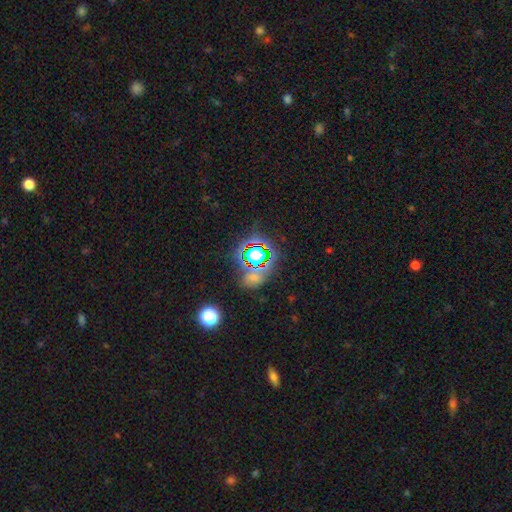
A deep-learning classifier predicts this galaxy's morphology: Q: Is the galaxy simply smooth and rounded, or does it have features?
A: star or artifact — 78%.